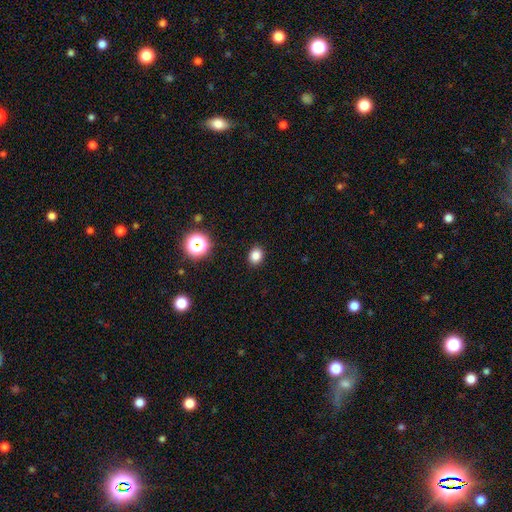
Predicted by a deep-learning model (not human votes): A smooth galaxy with no disk features (81%) that is round (58%). Merging: none (90%).